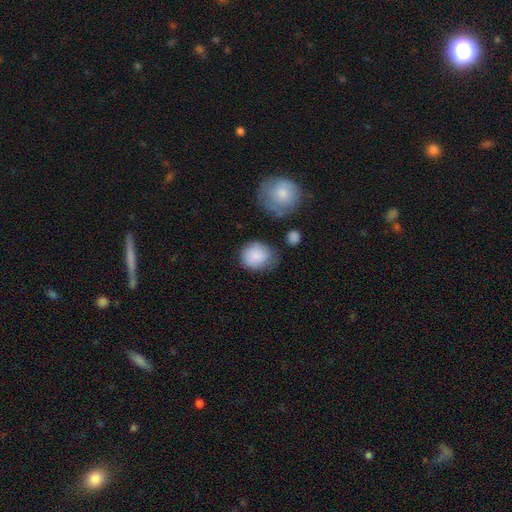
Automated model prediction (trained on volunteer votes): This appears to be a smooth galaxy with no disk features (85%) that is round (70%). Merging: none (58%).